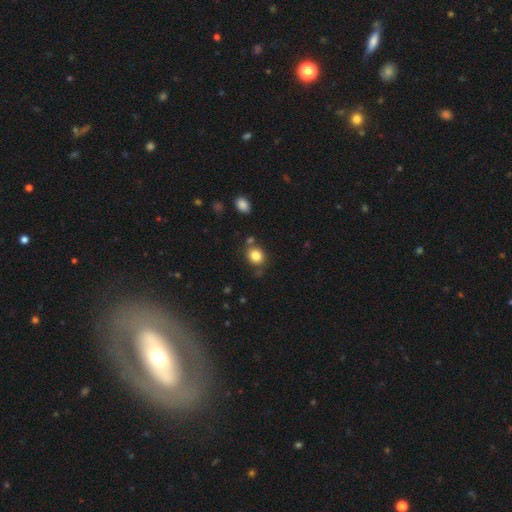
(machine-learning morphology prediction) Smooth or featured? smooth (83%)
How rounded? round (65%)
Merging? none (74%)